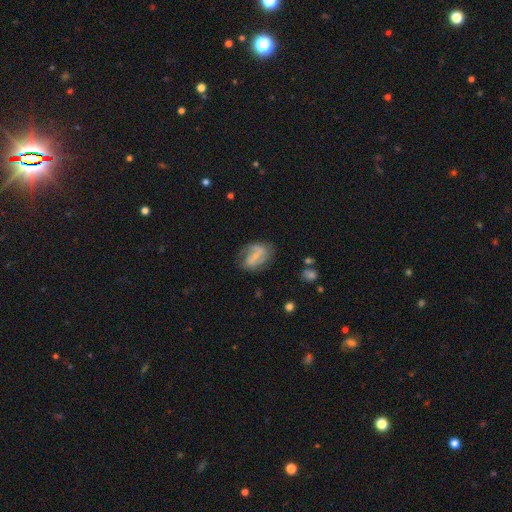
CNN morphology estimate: Overall: featured or disk (67%). Edge-on disk: no (96%). Bar: strong (42%; weak 39%). Spiral arms: yes (81%). Spiral arm count: 2 (80%). Spiral winding: medium (42%; loose 35%). Bulge size: small (53%; none 28%). Merging: none (67%).